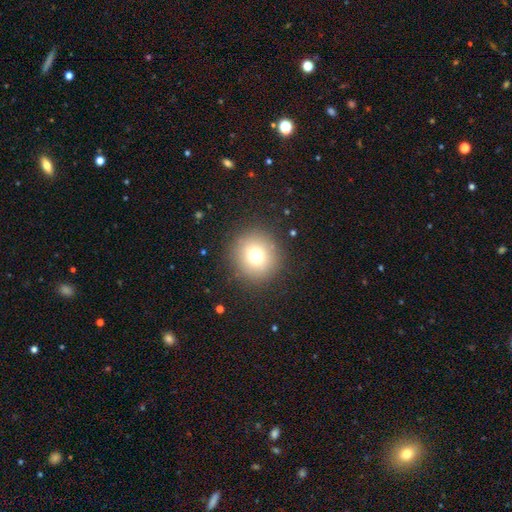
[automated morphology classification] Overall: smooth (73%). How rounded: round (92%). Merging: none (89%).